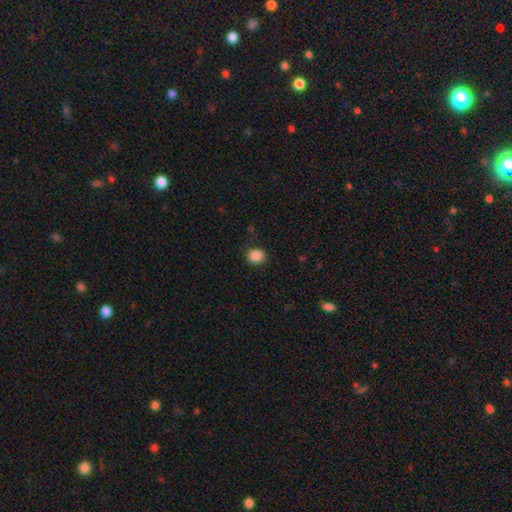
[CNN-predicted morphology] A smooth galaxy with no disk features (87%) that is round (69%). Merging: none (87%).